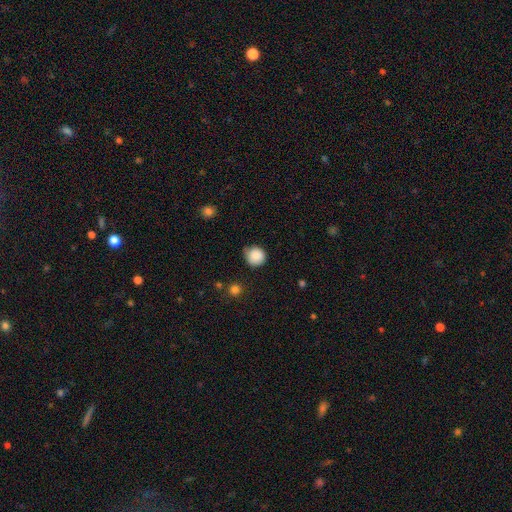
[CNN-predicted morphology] type=smooth (87%); roundness=round (92%); merging=none (69%).